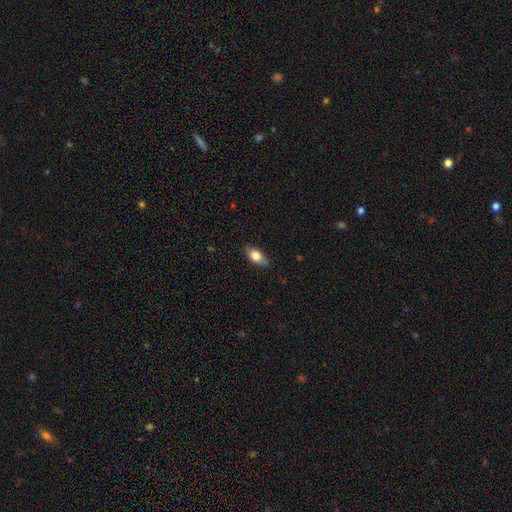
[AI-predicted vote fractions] Smooth or featured? Predicted: smooth (p=0.78). How rounded? Predicted: in between (p=0.86). Merging? Predicted: none (p=0.82).